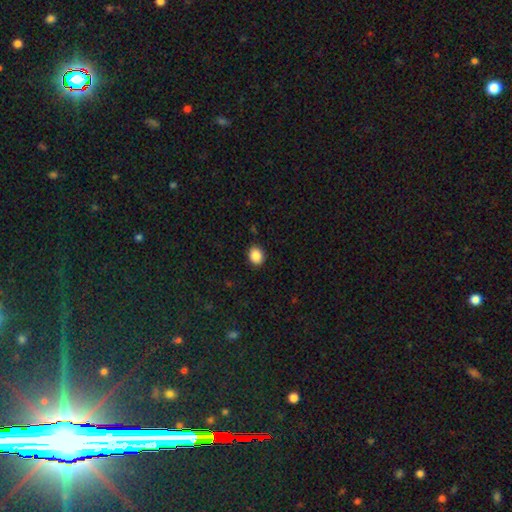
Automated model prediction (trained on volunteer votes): The model was most divided on "how rounded": round: 56%, in between: 43%, cigar-shaped: 1%. More confident: merging — none (88%); smooth or featured — smooth (88%).